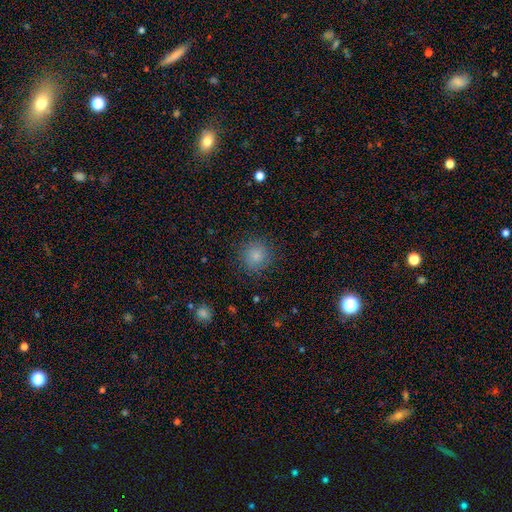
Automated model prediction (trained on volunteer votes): A smooth galaxy with no disk features (84%) that is round (93%).

Vote fractions:
- Smooth or featured? smooth: 84% / star or artifact: 11% / featured or disk: 5%
- How rounded? round: 93% / in between: 6% / cigar-shaped: 1%
- Merging? none: 87% / minor disturbance: 9% / major disturbance: 3% / merger: 1%